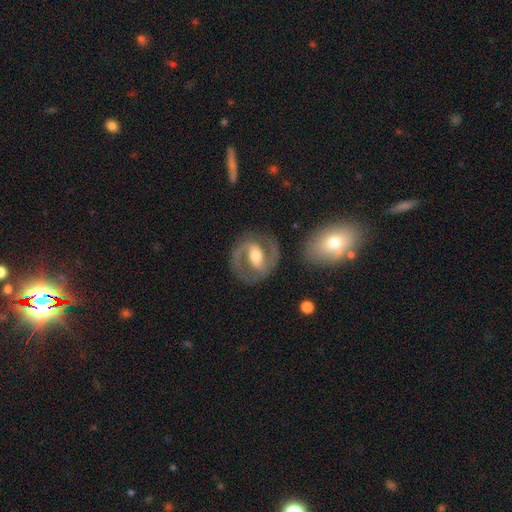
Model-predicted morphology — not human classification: Overall: featured or disk (87%). Edge-on disk: no (97%). Bar: strong (47%; weak 36%). Spiral arms: yes (94%). Spiral arm count: 2 (92%). Spiral winding: medium (60%; tight 25%). Bulge size: moderate (70%). Merging: none (82%).